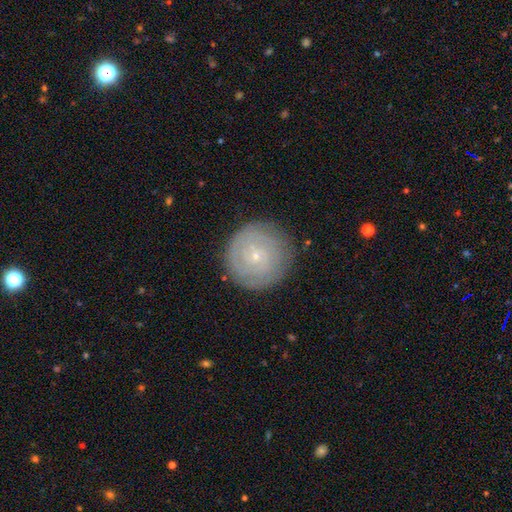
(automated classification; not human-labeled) This is likely a featured or disk galaxy (65%). It is clearly not viewed edge-on (97%). Bar: likely no (78%). Spiral arm pattern: clearly yes (84%). Spiral arm count: possibly can't tell (46%). Spiral winding: clearly tight (84%). Central bulge: clearly small (86%). Merging: clearly none (86%).